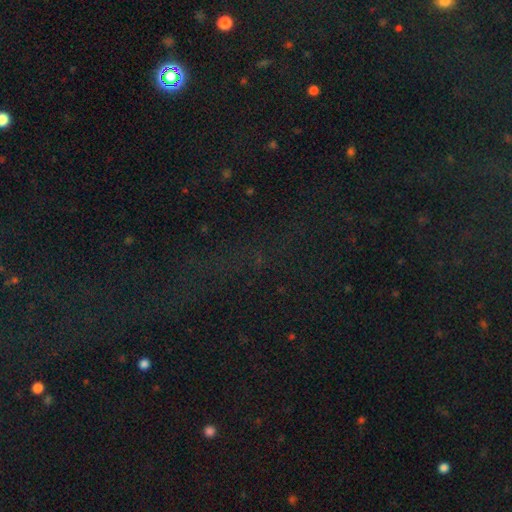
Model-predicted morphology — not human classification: A star or artifact, not a galaxy (73%).